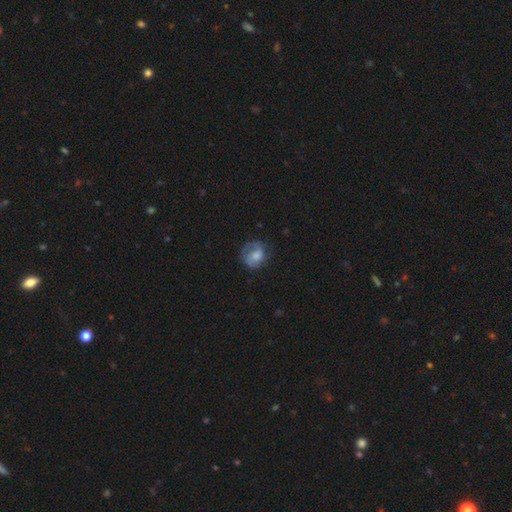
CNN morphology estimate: This appears to be a smooth galaxy with no disk features (50%) that is round (70%). Merging: none (55%).